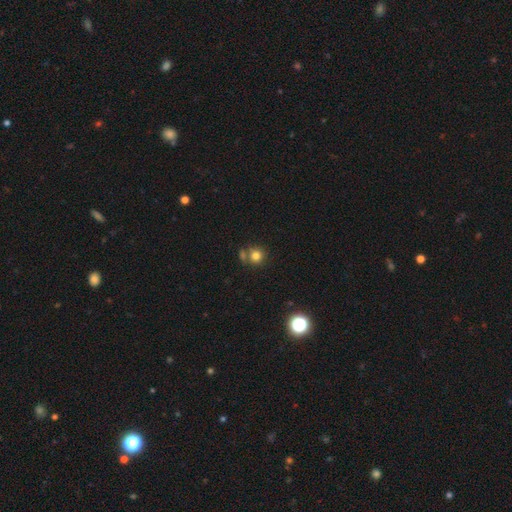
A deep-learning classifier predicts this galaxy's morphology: type=smooth (79%); roundness=round (89%); merging=none (61%).